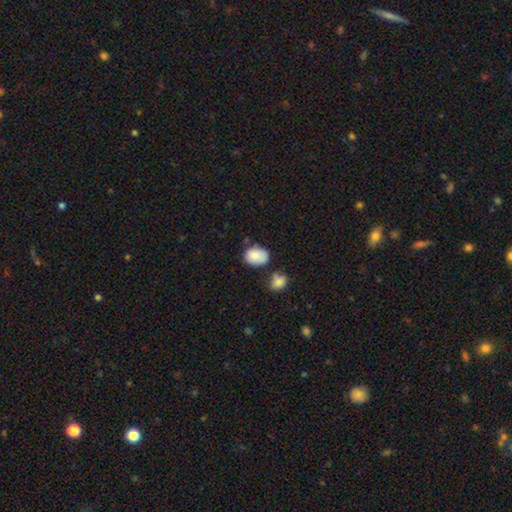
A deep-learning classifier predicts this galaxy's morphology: Overall: smooth (84%). How rounded: in between (77%). Merging: none (55%; minor disturbance 27%).